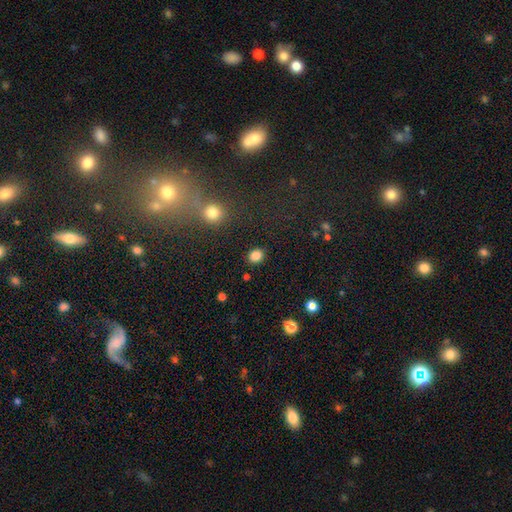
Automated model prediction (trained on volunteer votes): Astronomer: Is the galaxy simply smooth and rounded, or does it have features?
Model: smooth — 85%.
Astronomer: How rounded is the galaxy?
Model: round — 63%.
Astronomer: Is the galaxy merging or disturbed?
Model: none — 89%.